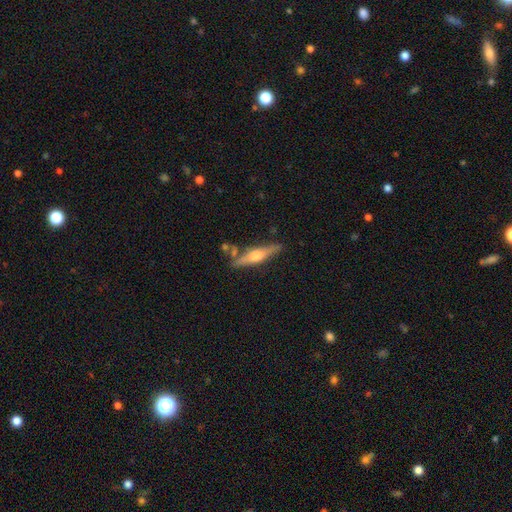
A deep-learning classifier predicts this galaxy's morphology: Smooth or featured? Predicted: featured or disk (p=0.69). Edge-on disk? Predicted: yes (p=0.96). Edge-on bulge? Predicted: rounded (p=0.88). Merging? Predicted: none (p=0.78).